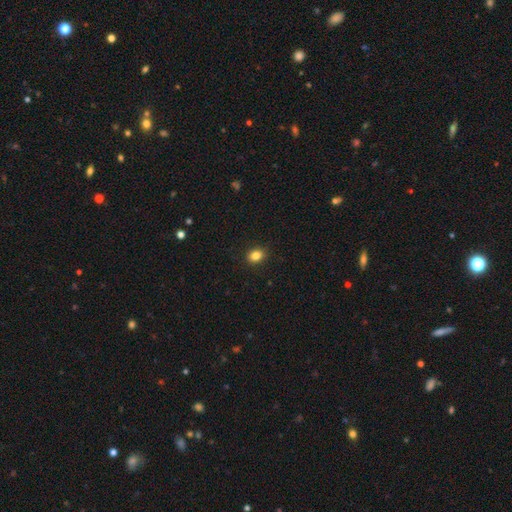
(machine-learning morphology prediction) Smooth or featured? smooth (85%)
How rounded? in between (54%)
Merging? none (90%)